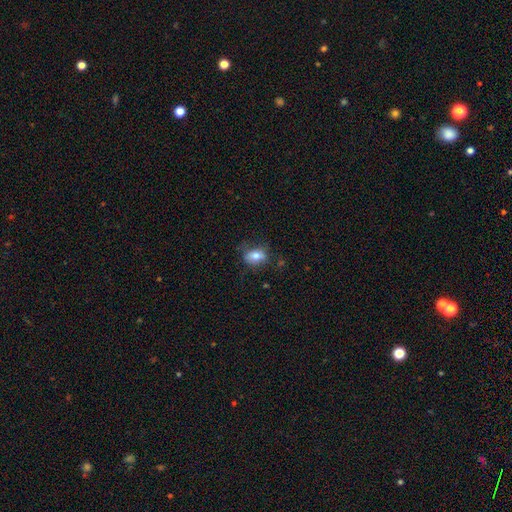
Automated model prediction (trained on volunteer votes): Overall: smooth (75%). How rounded: in between (78%). Merging: none (65%).